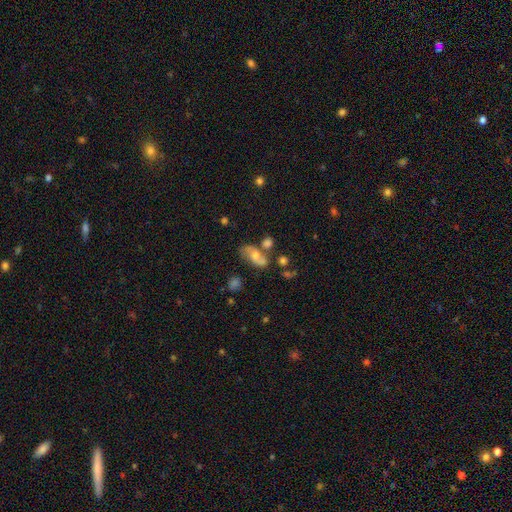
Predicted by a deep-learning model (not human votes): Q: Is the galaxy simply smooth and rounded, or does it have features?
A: featured or disk — 46%.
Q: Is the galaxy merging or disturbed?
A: none — 50%.